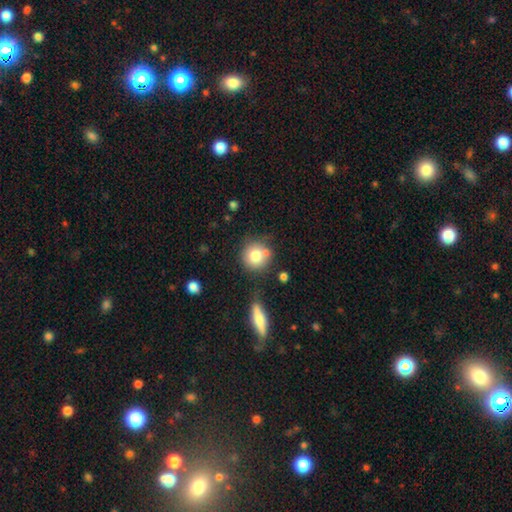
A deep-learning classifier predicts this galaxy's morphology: Smooth or featured? smooth (78%)
How rounded? round (91%)
Merging? none (65%)